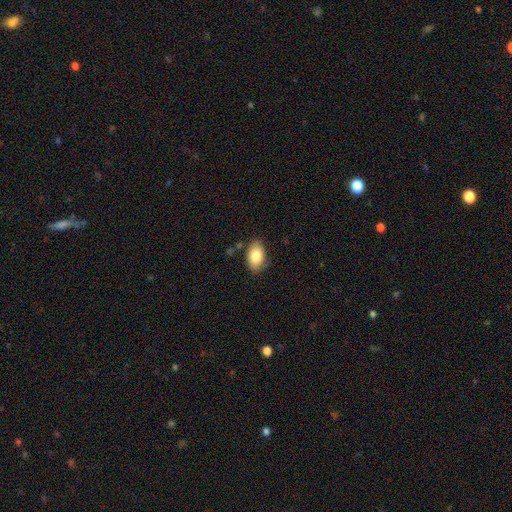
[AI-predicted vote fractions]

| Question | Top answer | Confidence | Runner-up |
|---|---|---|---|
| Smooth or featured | smooth | 83% | featured or disk (10%) |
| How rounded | in between | 93% | round (6%) |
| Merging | none | 78% | minor disturbance (15%) |